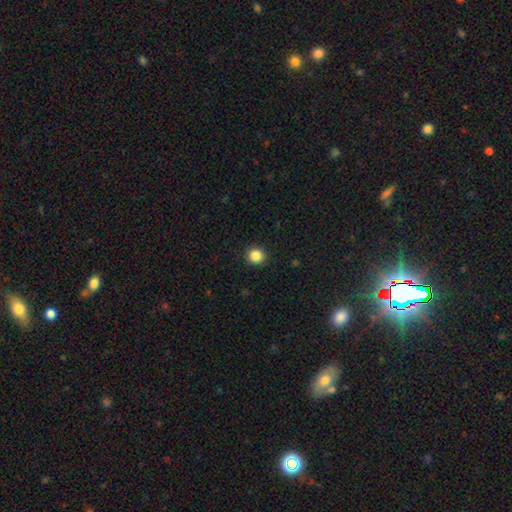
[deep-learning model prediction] Smooth or featured? Predicted: smooth (p=0.86). How rounded? Predicted: round (p=0.91). Merging? Predicted: none (p=0.92).